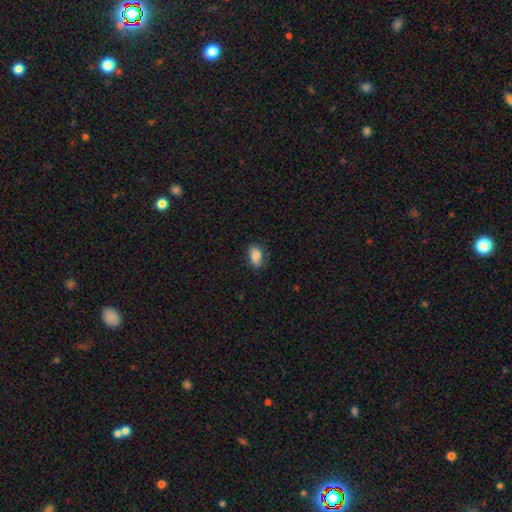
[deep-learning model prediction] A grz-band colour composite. It shows a smooth galaxy with no disk features (85%) that is in between round and cigar-shaped (89%). Merging: none (77%).